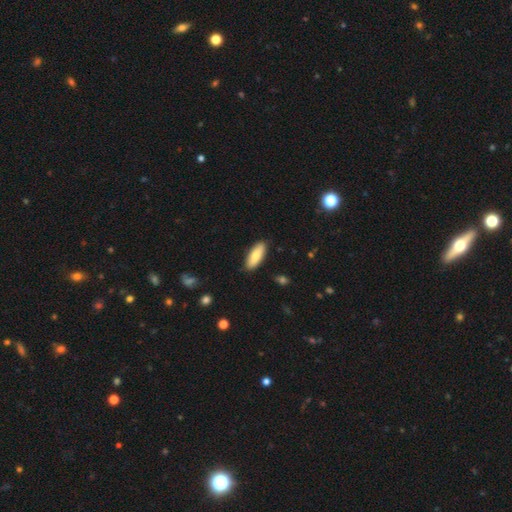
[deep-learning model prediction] Smooth or featured?
  - smooth: 79% *
  - featured or disk: 15%
  - star or artifact: 6%
How rounded?
  - in between: 68% *
  - cigar-shaped: 30%
  - round: 2%
Merging?
  - none: 88% *
  - minor disturbance: 9%
  - major disturbance: 2%
  - merger: 1%